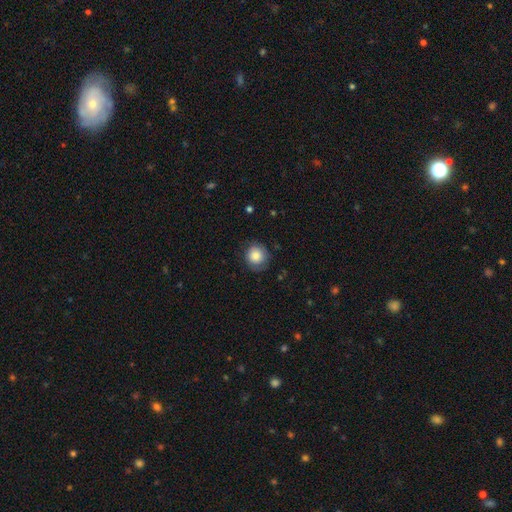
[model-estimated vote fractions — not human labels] Smooth or featured? Predicted: smooth (p=0.81). How rounded? Predicted: round (p=0.90). Merging? Predicted: none (p=0.77).